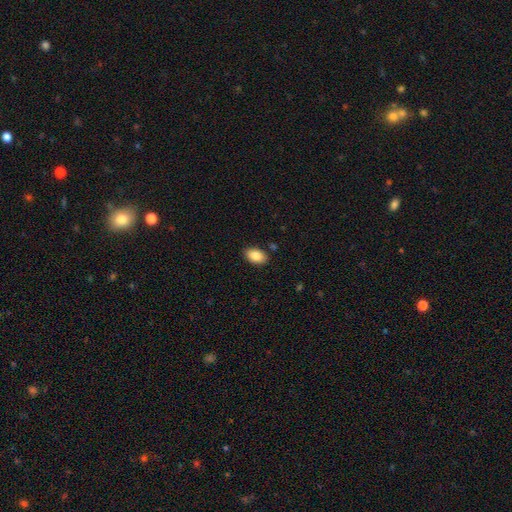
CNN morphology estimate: Smooth or featured: smooth — 88% (star or artifact — 7%)
How rounded: in between — 92% (round — 6%)
Merging: none — 86% (minor disturbance — 10%)